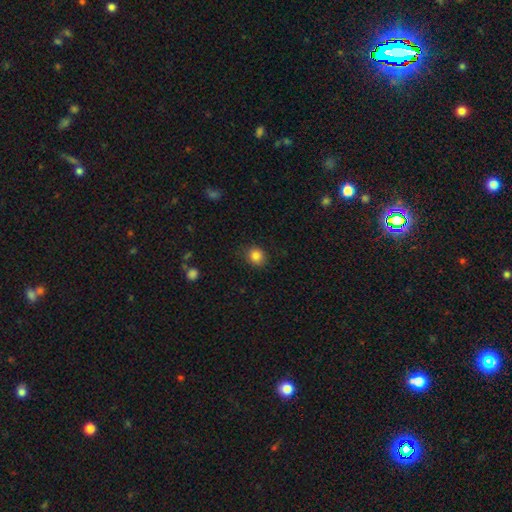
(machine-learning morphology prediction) Smooth or featured? smooth (85%)
How rounded? round (74%)
Merging? none (85%)